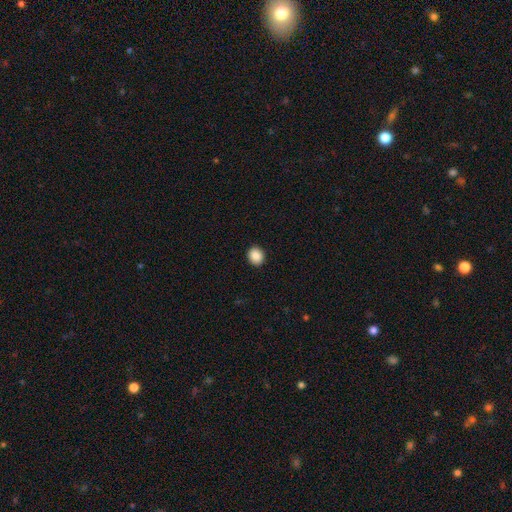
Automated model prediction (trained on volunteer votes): smooth_or_featured: smooth (p=0.89) [alt: star or artifact p=0.08]
how_rounded: round (p=0.71) [alt: in between p=0.28]
merging: none (p=0.92) [alt: minor disturbance p=0.05]